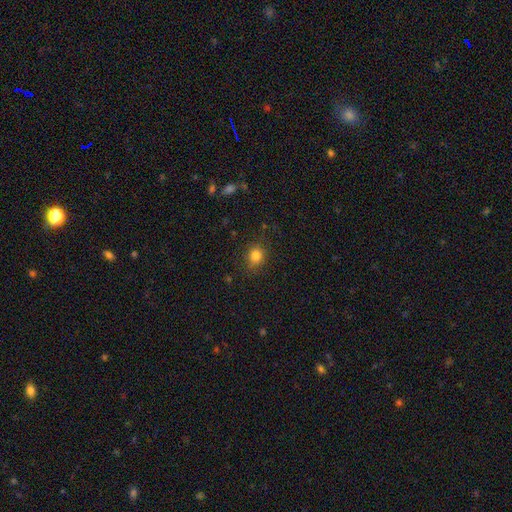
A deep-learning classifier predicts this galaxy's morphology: A smooth galaxy with no disk features (81%) that is round (73%). Merging: none (83%).